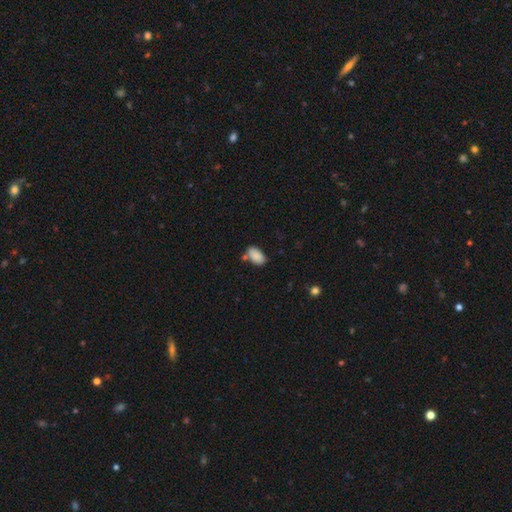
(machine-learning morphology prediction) smooth 87%, star or artifact 8%, featured or disk 5%. Down the decision tree: how rounded — in between (93%); merging — none (62%).